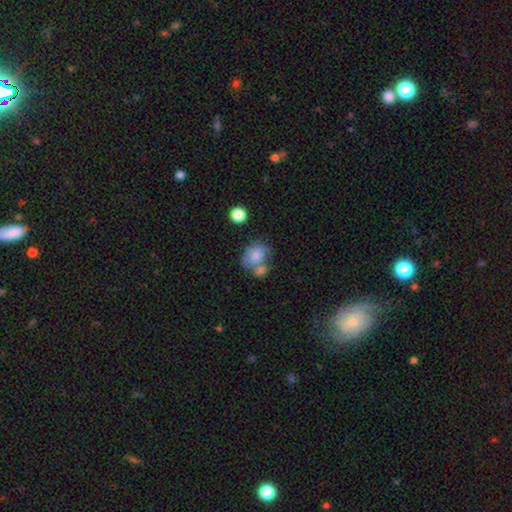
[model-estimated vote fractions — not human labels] Smooth or featured?
  - smooth: 70% *
  - featured or disk: 22%
  - star or artifact: 8%
How rounded?
  - in between: 56% *
  - round: 43%
  - cigar-shaped: 1%
Merging?
  - merger: 41% *
  - none: 29%
  - minor disturbance: 18%
  - major disturbance: 13%